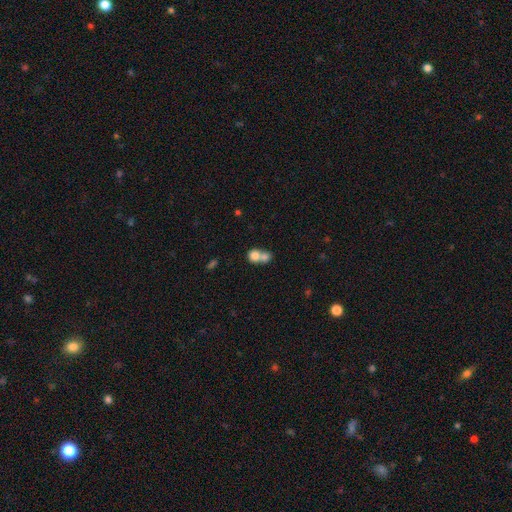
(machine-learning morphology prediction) A smooth galaxy with no disk features (76%) that is round (71%). Merging: merger (69%).